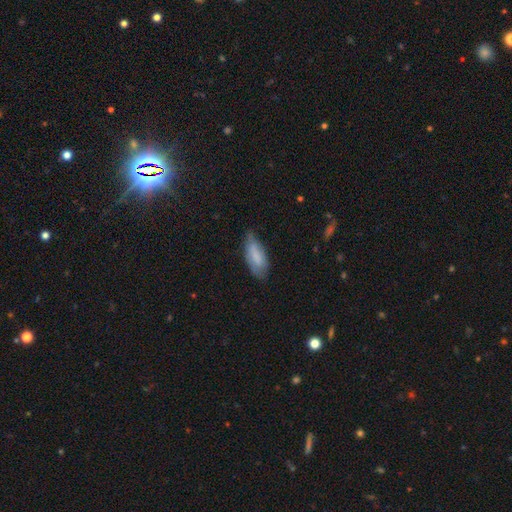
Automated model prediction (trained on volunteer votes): This is likely a smooth galaxy (74%). How rounded: likely in between (76%). Merging: likely none (60%).